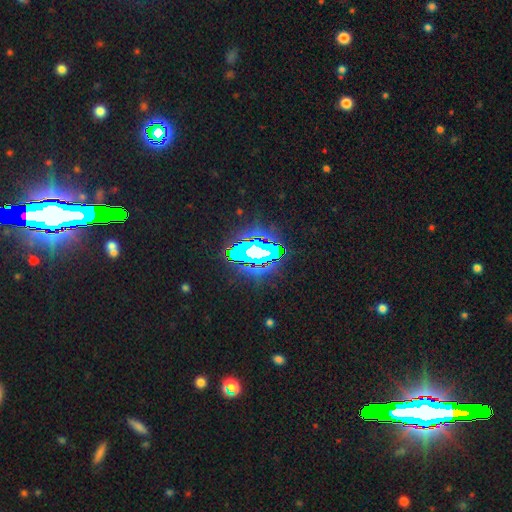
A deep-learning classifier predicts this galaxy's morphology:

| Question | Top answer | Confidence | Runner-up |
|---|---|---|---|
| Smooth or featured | star or artifact | 82% | featured or disk (9%) |